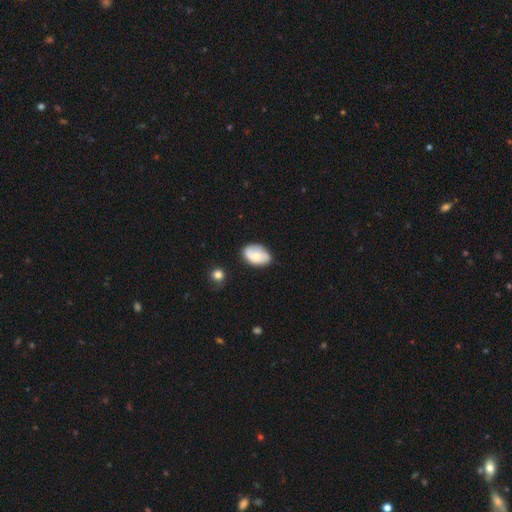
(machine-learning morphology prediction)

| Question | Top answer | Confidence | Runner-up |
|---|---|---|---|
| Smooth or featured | smooth | 64% | featured or disk (29%) |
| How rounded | in between | 87% | round (12%) |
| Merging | none | 66% | minor disturbance (26%) |